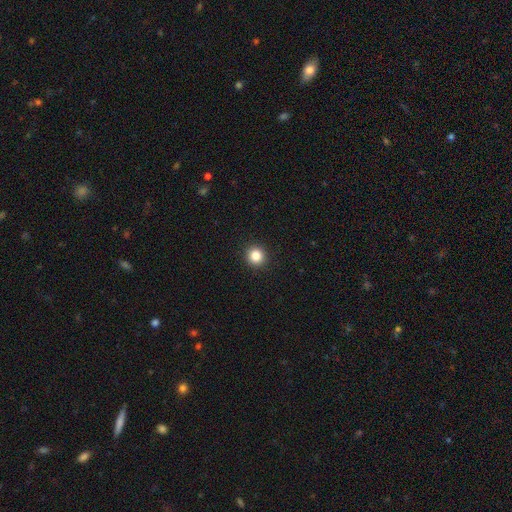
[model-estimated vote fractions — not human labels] The model was most divided on "smooth or featured": smooth: 85%, star or artifact: 11%, featured or disk: 4%. More confident: merging — none (93%); how rounded — round (93%).